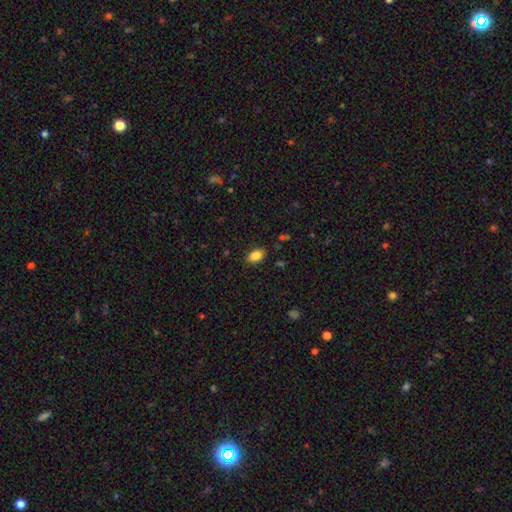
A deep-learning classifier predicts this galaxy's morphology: smooth-or-featured: smooth: 87% | star or artifact: 9% | featured or disk: 5%
  how-rounded: in between: 90% | round: 8% | cigar-shaped: 2%
  merging: none: 87% | minor disturbance: 10% | major disturbance: 2% | merger: 1%